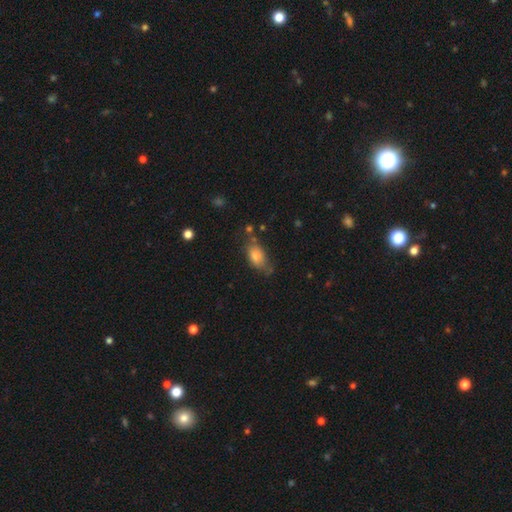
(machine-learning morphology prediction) A smooth galaxy with no disk features (75%) that is in between round and cigar-shaped (86%). Merging: none (58%).